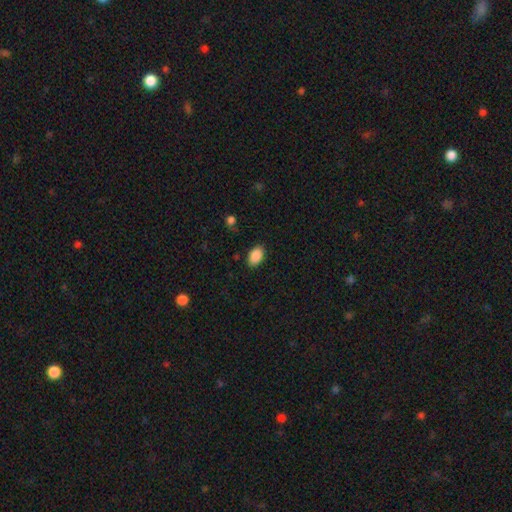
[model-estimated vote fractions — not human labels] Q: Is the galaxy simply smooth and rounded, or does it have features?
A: smooth — 89%.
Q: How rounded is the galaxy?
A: in between — 90%.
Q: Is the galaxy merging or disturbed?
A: none — 87%.